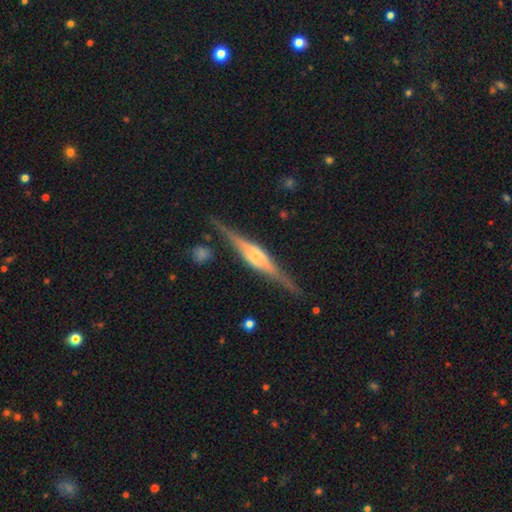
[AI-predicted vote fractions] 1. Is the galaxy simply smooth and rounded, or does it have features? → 85% featured or disk, 9% smooth, 6% star or artifact.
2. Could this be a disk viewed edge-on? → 98% yes, 2% no.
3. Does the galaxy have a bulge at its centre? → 70% rounded, 24% boxy, 5% none.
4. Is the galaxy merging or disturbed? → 85% none, 10% minor disturbance, 2% major disturbance, 2% merger.